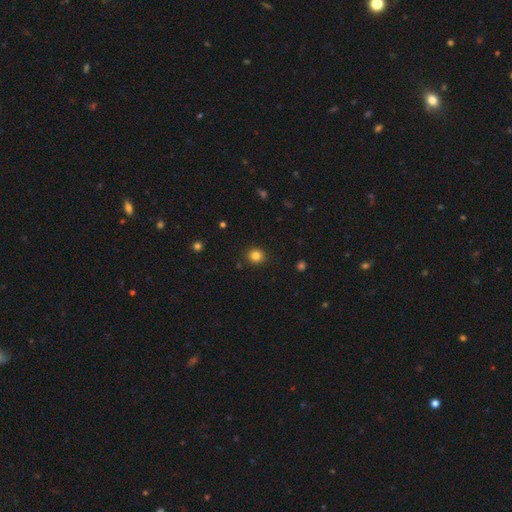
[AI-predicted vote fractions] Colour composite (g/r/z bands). It shows a smooth galaxy with no disk features (83%) that is round (89%). Merging: none (91%).